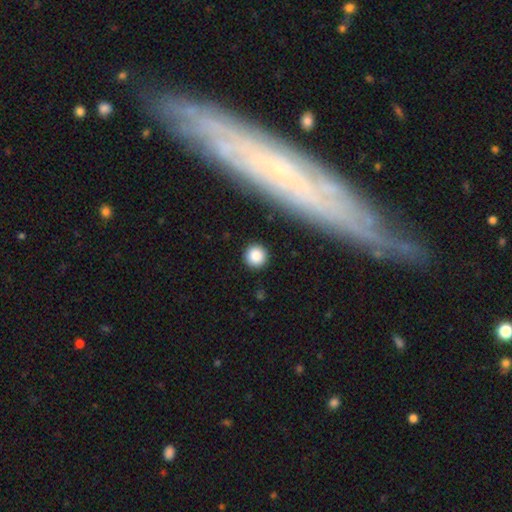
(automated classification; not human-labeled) This is clearly a smooth galaxy (84%). How rounded: clearly round (94%). Merging: clearly none (90%).